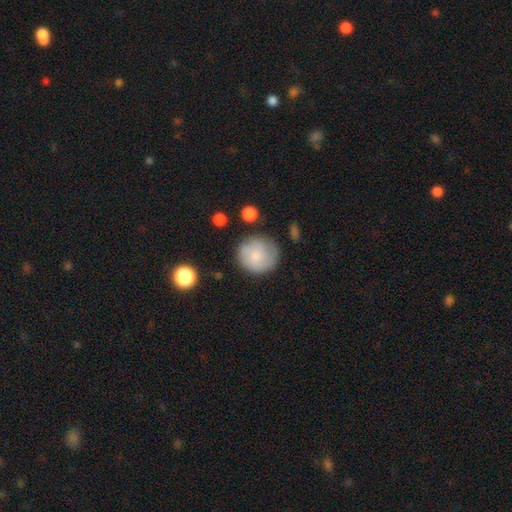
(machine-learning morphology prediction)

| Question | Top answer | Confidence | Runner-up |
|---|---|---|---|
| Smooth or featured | smooth | 75% | featured or disk (18%) |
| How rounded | round | 92% | in between (7%) |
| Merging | none | 72% | minor disturbance (18%) |